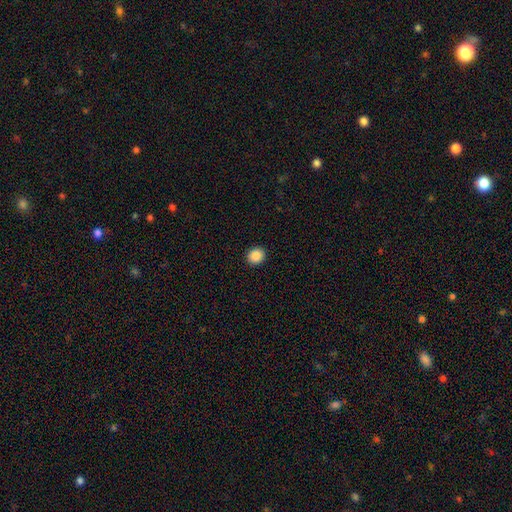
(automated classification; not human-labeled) Smooth or featured?
  - smooth: 88% *
  - star or artifact: 9%
  - featured or disk: 3%
How rounded?
  - round: 83% *
  - in between: 16%
  - cigar-shaped: 1%
Merging?
  - none: 92% *
  - minor disturbance: 5%
  - major disturbance: 2%
  - merger: 1%